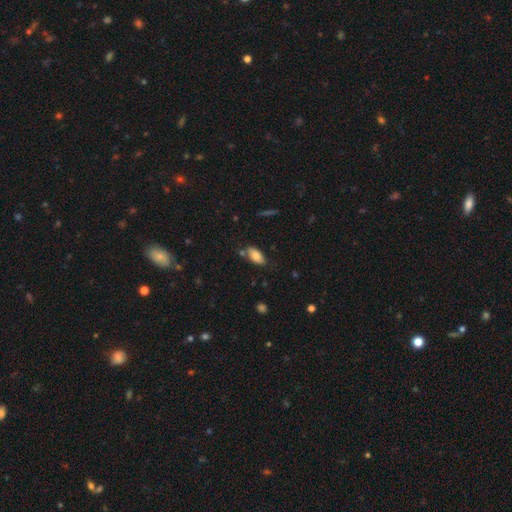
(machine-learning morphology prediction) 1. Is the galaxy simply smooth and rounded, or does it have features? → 79% smooth, 14% featured or disk, 7% star or artifact.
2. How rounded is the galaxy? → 91% in between, 7% cigar-shaped, 2% round.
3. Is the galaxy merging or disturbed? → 72% none, 17% minor disturbance, 7% merger, 4% major disturbance.